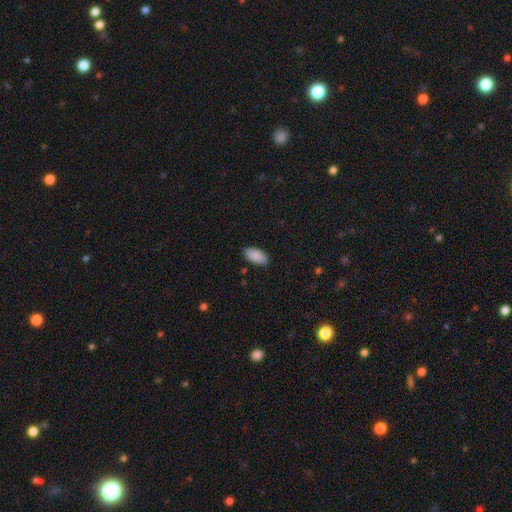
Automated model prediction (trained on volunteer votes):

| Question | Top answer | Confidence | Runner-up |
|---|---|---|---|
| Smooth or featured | smooth | 90% | star or artifact (6%) |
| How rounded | in between | 94% | cigar-shaped (3%) |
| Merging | none | 87% | minor disturbance (10%) |